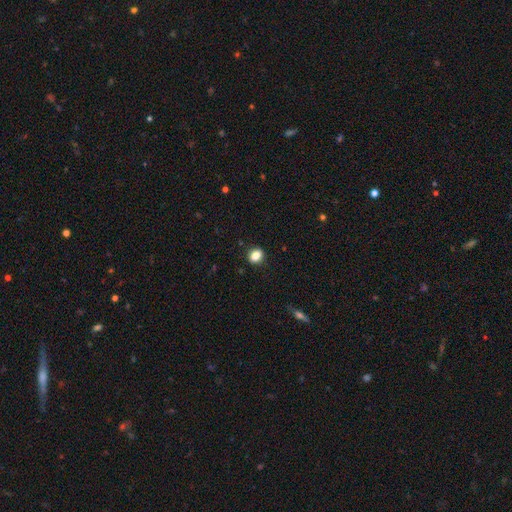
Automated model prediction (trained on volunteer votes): Overall: smooth (84%). How rounded: round (50%; in between 48%). Merging: none (88%).